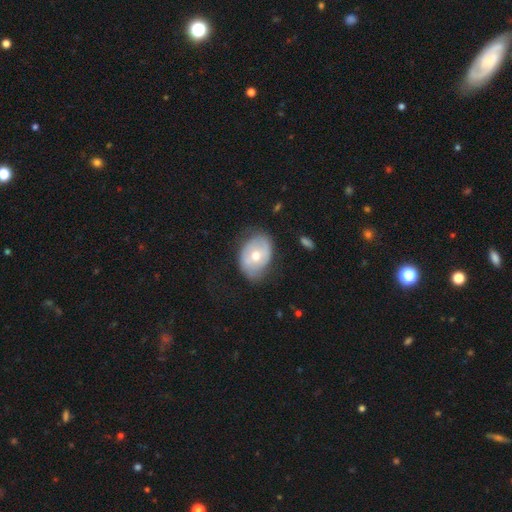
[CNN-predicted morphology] Smooth or featured: smooth — 48% (featured or disk — 46%)
Merging: none — 64% (minor disturbance — 26%)